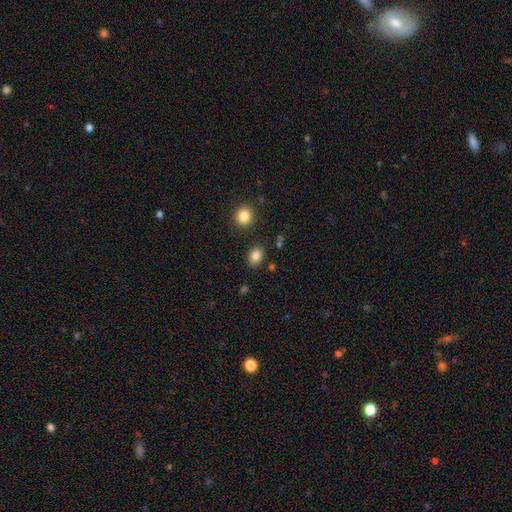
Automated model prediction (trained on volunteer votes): Smooth or featured: smooth — 84% (star or artifact — 10%)
How rounded: in between — 57% (round — 42%)
Merging: none — 84% (minor disturbance — 9%)